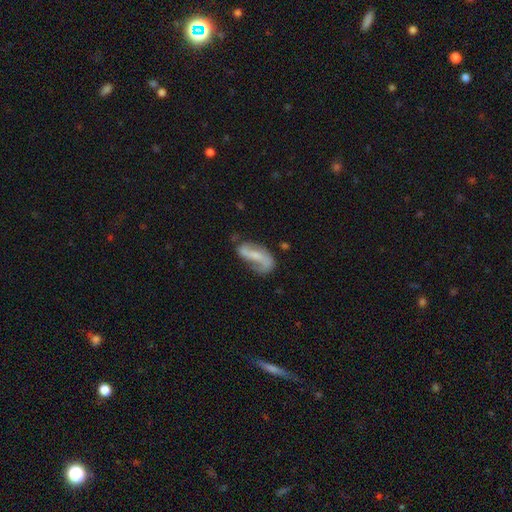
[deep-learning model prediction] Overall: featured or disk (63%; smooth 30%). Edge-on disk: no (91%). Bar: strong (35%; weak 33%). Spiral arms: yes (80%). Bulge size: small (54%; moderate 25%). Merging: none (45%; minor disturbance 29%).